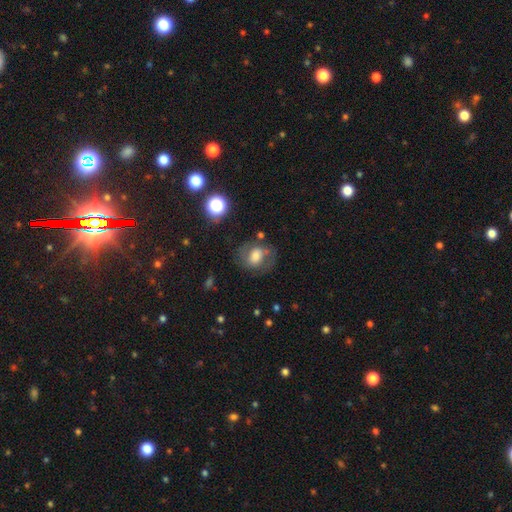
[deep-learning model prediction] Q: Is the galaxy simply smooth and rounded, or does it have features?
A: smooth — 50%.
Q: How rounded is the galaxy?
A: round — 49%, tied with in between.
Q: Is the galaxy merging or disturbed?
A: none — 62%.